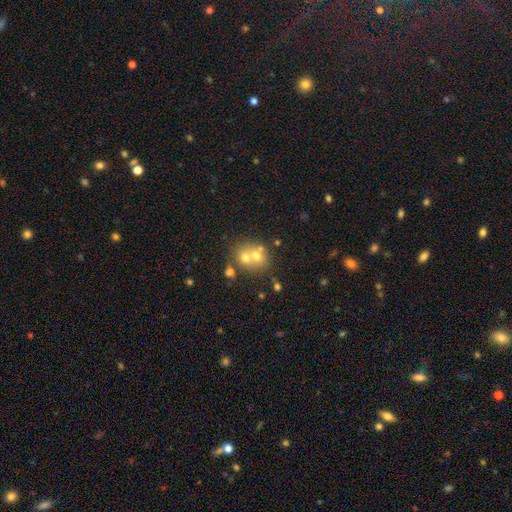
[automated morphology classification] This appears to be a smooth galaxy with no disk features (60%) that is round (74%). Merging: merger (53%).